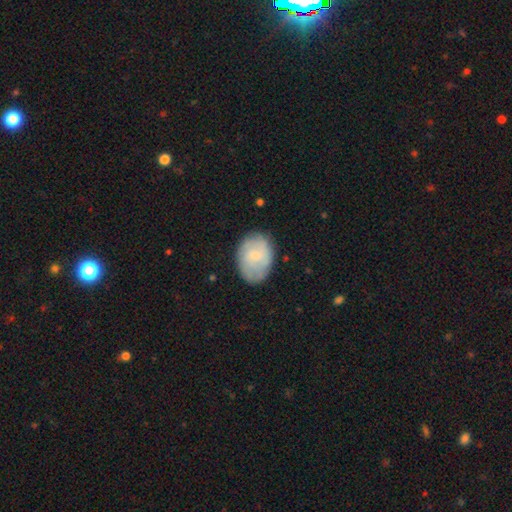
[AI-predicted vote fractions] smooth-or-featured: smooth: 51% | featured or disk: 43% | star or artifact: 7%
  how-rounded: in between: 73% | round: 26% | cigar-shaped: 1%
  merging: none: 74% | minor disturbance: 19% | major disturbance: 5% | merger: 1%